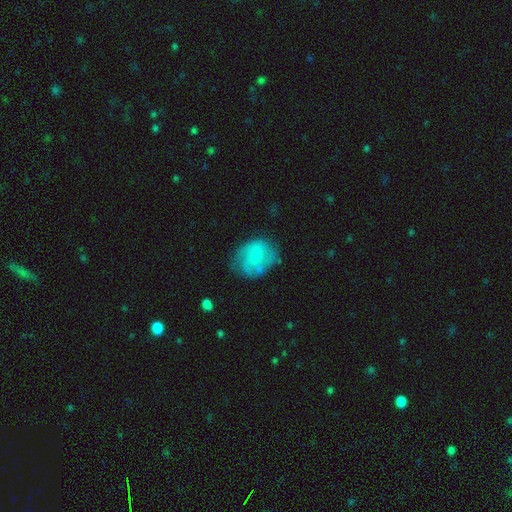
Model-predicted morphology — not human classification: Overall: featured or disk (52%; smooth 40%). Edge-on disk: no (98%). Bar: no (52%; weak 42%). Spiral arms: yes (74%). Bulge size: small (48%; none 25%). Merging: none (57%; minor disturbance 26%).